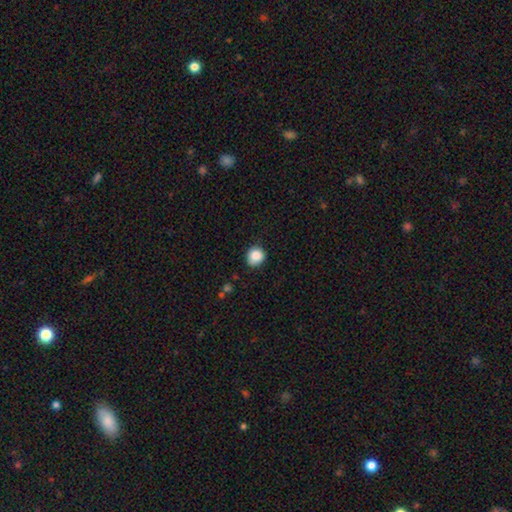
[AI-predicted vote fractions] This appears to be a smooth galaxy with no disk features (87%) that is round (86%). Merging: none (80%).